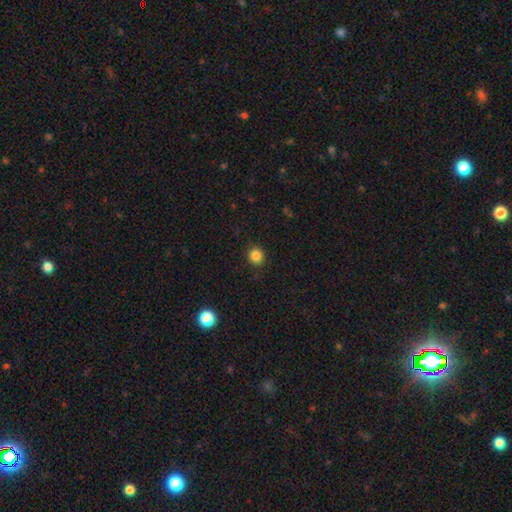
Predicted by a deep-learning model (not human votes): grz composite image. It shows a smooth galaxy with no disk features (85%) that is round (89%). Merging: none (91%).